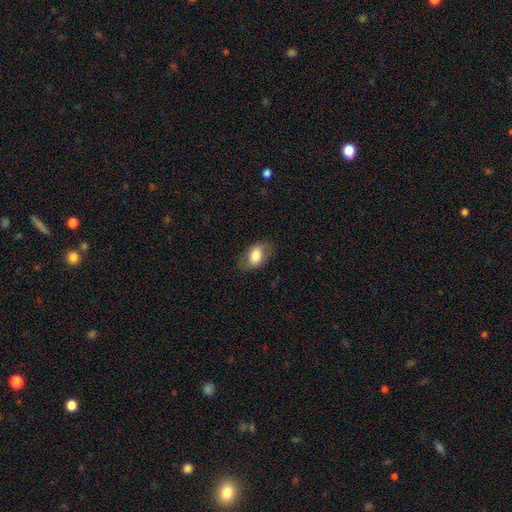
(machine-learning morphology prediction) smooth 80%, featured or disk 13%, star or artifact 7%. Down the decision tree: how rounded — in between (87%); merging — none (74%).